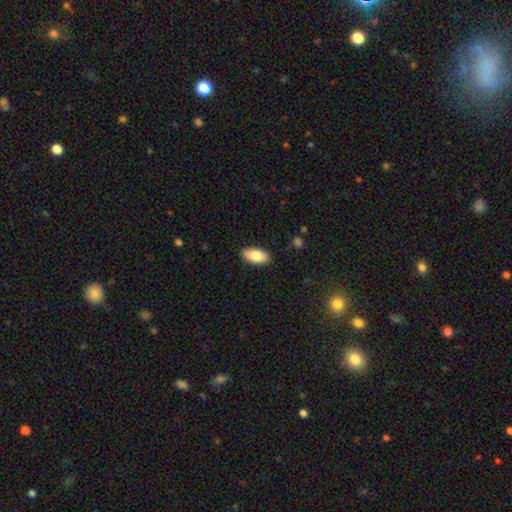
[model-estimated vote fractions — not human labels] Smooth or featured? Predicted: smooth (p=0.80). How rounded? Predicted: in between (p=0.94). Merging? Predicted: none (p=0.88).